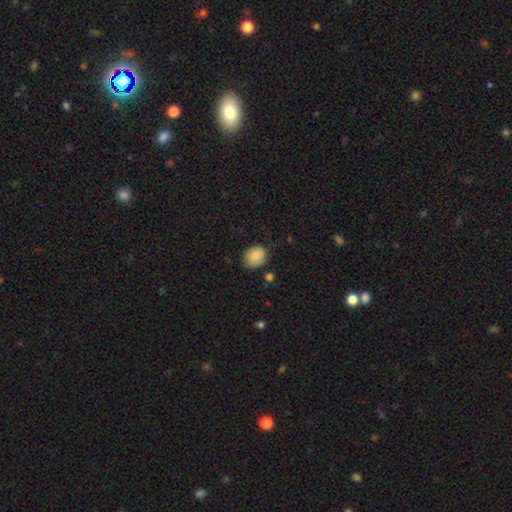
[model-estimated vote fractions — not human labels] smooth 81%, featured or disk 11%, star or artifact 8%. Down the decision tree: how rounded — round (56%); merging — none (73%).